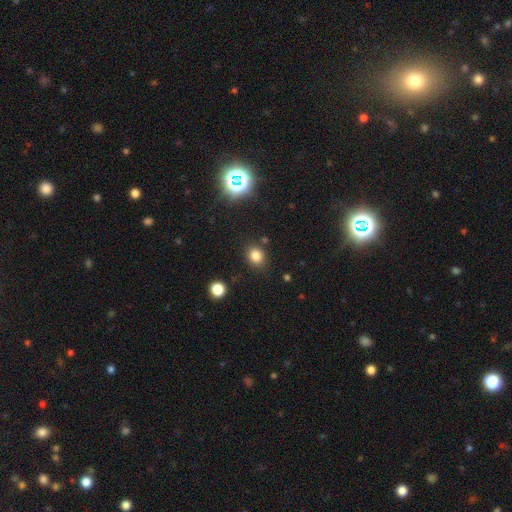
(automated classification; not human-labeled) Smooth or featured: smooth — 79% (star or artifact — 15%)
How rounded: round — 59% (in between — 39%)
Merging: none — 83% (minor disturbance — 11%)